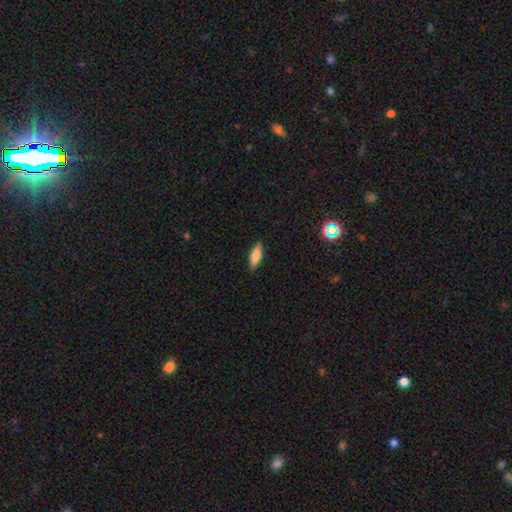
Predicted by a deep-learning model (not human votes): Q: Smooth or featured?
A: smooth (72%); runner-up: featured or disk (21%)
Q: How rounded?
A: in between (52%); runner-up: cigar-shaped (46%)
Q: Merging?
A: none (88%); runner-up: minor disturbance (9%)